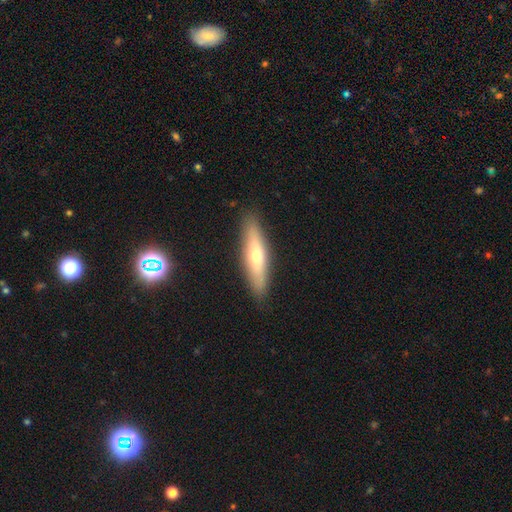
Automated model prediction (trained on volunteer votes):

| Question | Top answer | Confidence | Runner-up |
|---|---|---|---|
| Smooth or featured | smooth | 56% | featured or disk (38%) |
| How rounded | cigar-shaped | 75% | in between (23%) |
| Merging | none | 89% | minor disturbance (8%) |